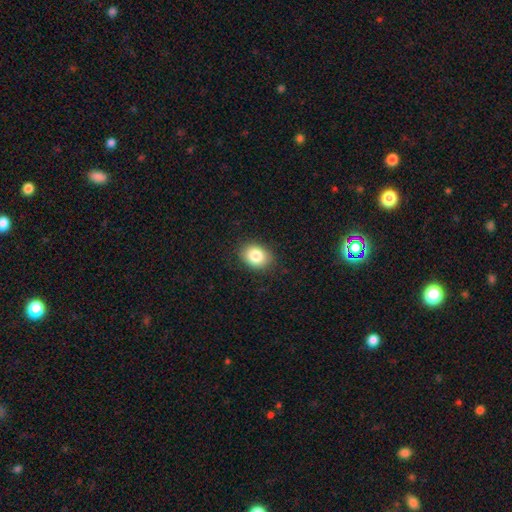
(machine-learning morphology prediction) This appears to be a smooth galaxy with no disk features (84%) that is in between round and cigar-shaped (57%). Merging: none (86%).